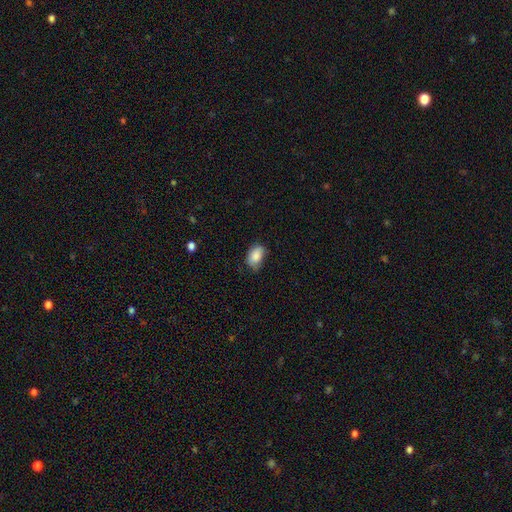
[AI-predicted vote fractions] smooth_or_featured: smooth (p=0.85) [alt: featured or disk p=0.07]
how_rounded: in between (p=0.86) [alt: round p=0.12]
merging: none (p=0.58) [alt: minor disturbance p=0.33]